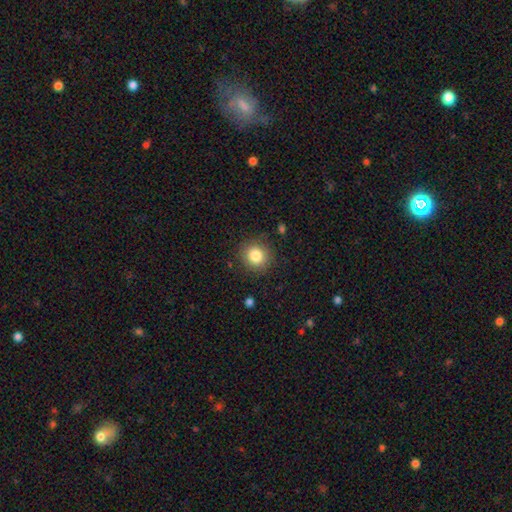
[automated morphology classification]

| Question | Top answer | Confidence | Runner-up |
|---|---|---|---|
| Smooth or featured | smooth | 84% | star or artifact (10%) |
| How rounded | round | 89% | in between (11%) |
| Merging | none | 87% | minor disturbance (9%) |